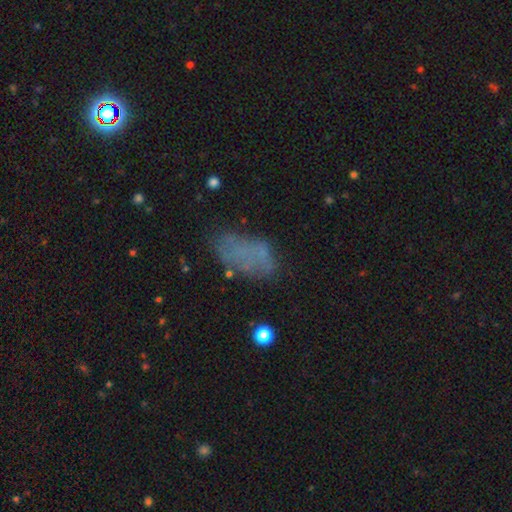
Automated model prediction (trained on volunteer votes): This appears to be a smooth galaxy with no disk features (55%) that is in between round and cigar-shaped (90%). Merging: none (53%).